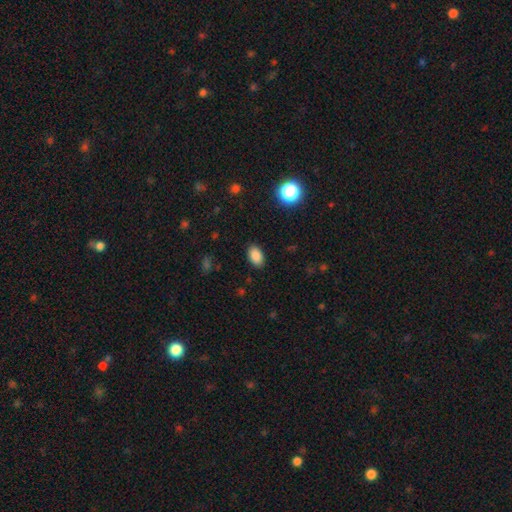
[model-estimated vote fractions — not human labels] The model was most divided on "smooth or featured": smooth: 87%, star or artifact: 10%, featured or disk: 4%. More confident: how rounded — in between (89%); merging — none (88%).